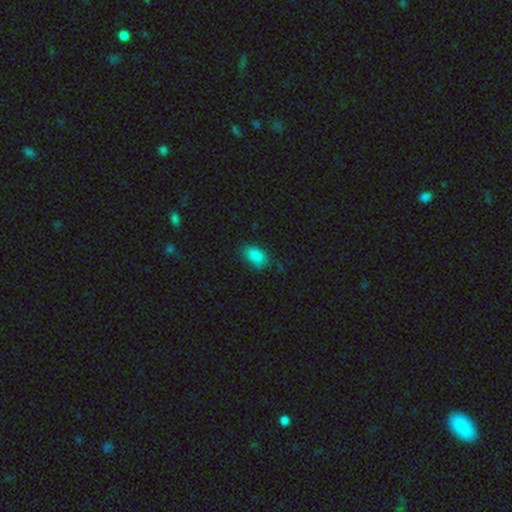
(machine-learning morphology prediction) smooth_or_featured: smooth (p=0.84) [alt: star or artifact p=0.10]
how_rounded: in between (p=0.89) [alt: round p=0.08]
merging: none (p=0.62) [alt: minor disturbance p=0.28]